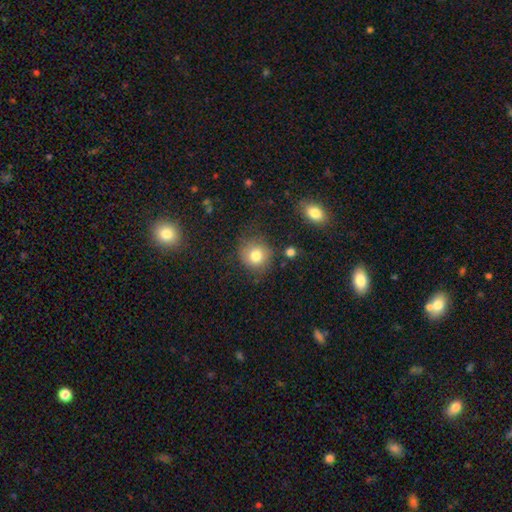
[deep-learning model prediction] A smooth galaxy with no disk features (80%) that is round (88%). Merging: none (77%).